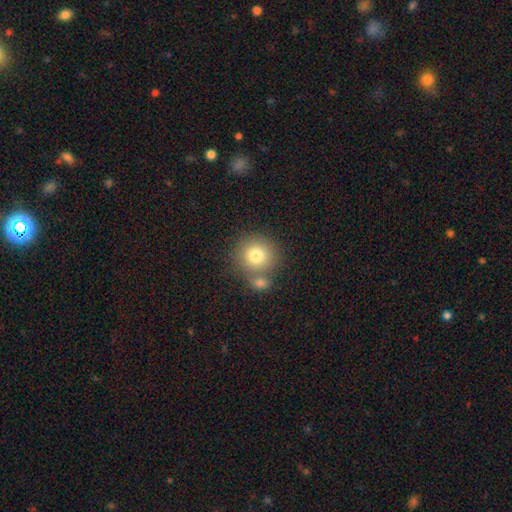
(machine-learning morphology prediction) smooth 78%, featured or disk 12%, star or artifact 10%. Down the decision tree: how rounded — round (92%); merging — none (59%).